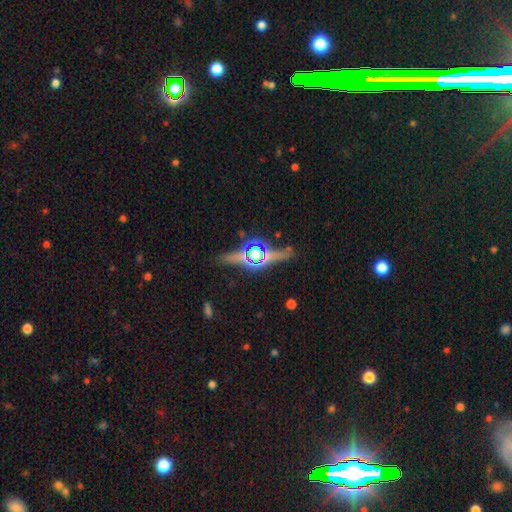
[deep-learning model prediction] A star or artifact, not a galaxy (46%).